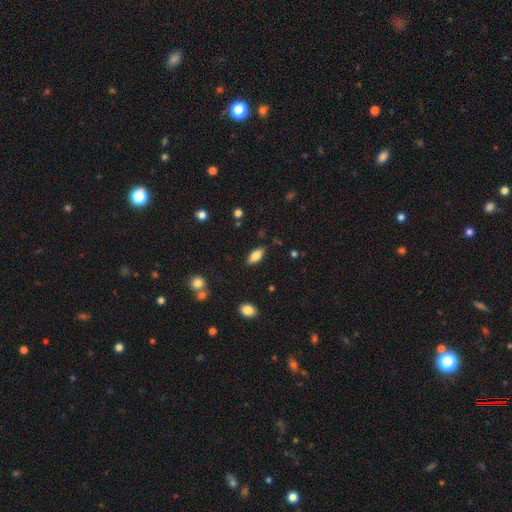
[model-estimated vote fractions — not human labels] This is likely a smooth galaxy (78%). How rounded: clearly in between (88%). Merging: clearly none (85%).